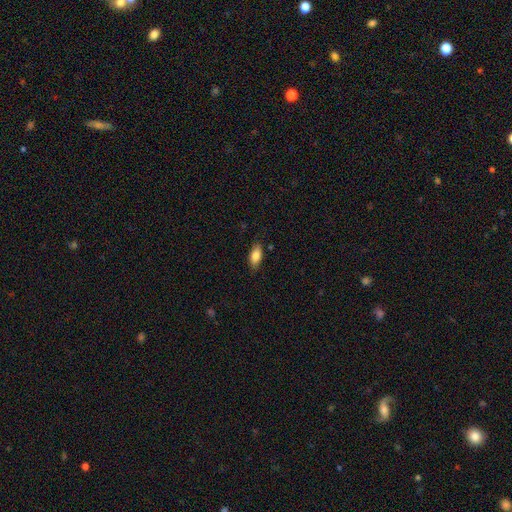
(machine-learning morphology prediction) This is clearly a smooth galaxy (82%). How rounded: clearly in between (86%). Merging: clearly none (83%).